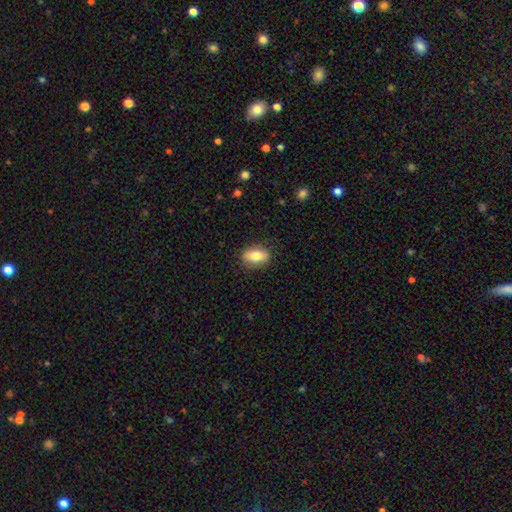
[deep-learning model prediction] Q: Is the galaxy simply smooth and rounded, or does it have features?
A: smooth — 76%.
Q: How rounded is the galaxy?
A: in between — 82%.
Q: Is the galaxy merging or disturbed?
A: none — 84%.